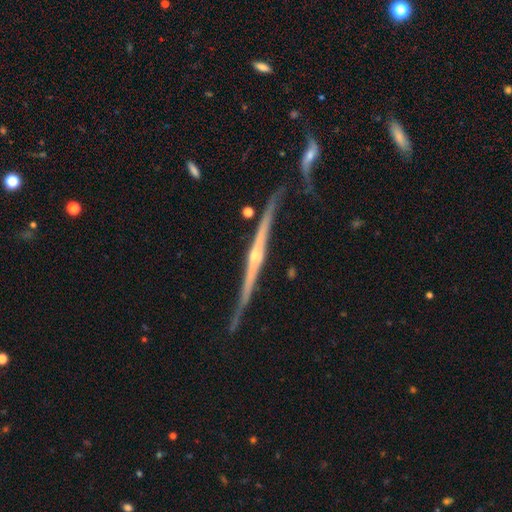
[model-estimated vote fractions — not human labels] smooth_or_featured: featured or disk (p=0.89) [alt: smooth p=0.06]
disk_edge_on: yes (p=0.97) [alt: no p=0.03]
edge_on_bulge: rounded (p=0.82) [alt: none p=0.12]
merging: none (p=0.65) [alt: minor disturbance p=0.20]